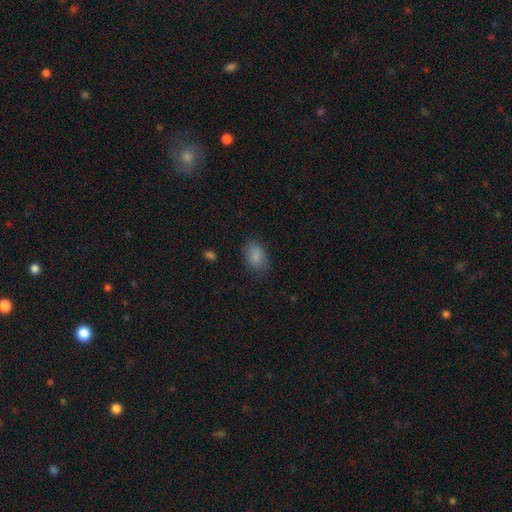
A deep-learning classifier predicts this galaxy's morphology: Overall: smooth (86%). How rounded: in between (84%). Merging: none (76%).